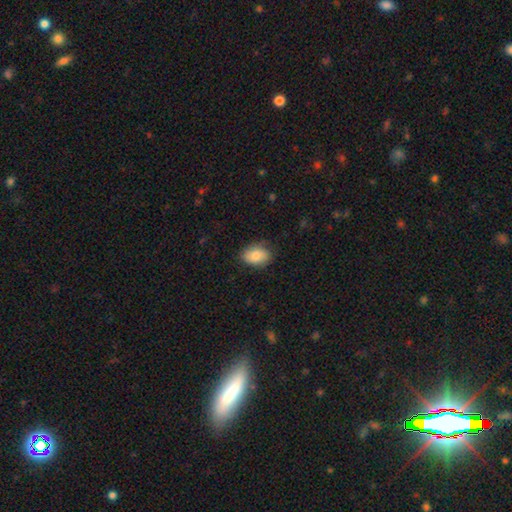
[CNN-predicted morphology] Smooth or featured? smooth (83%)
How rounded? in between (83%)
Merging? none (82%)